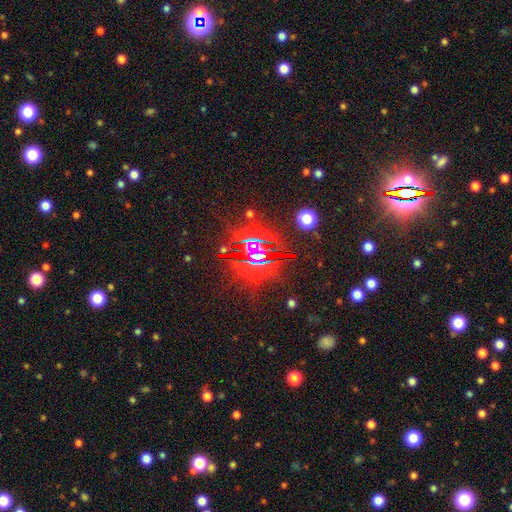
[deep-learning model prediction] Q: Smooth or featured?
A: star or artifact (82%); runner-up: featured or disk (10%)